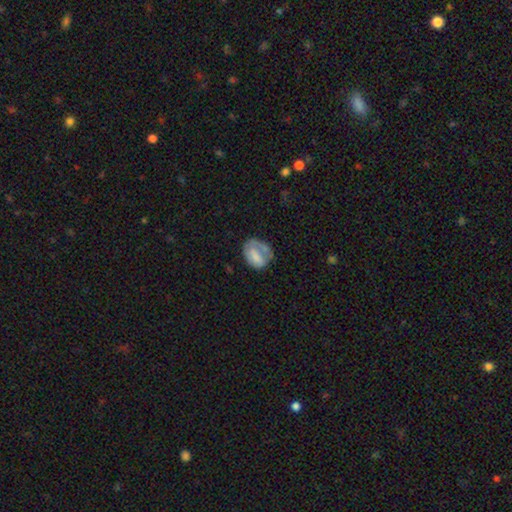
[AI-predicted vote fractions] The model was most divided on "merging": none: 42%, minor disturbance: 29%, major disturbance: 24%, merger: 4%. More confident: smooth or featured — smooth (61%); how rounded — in between (59%).